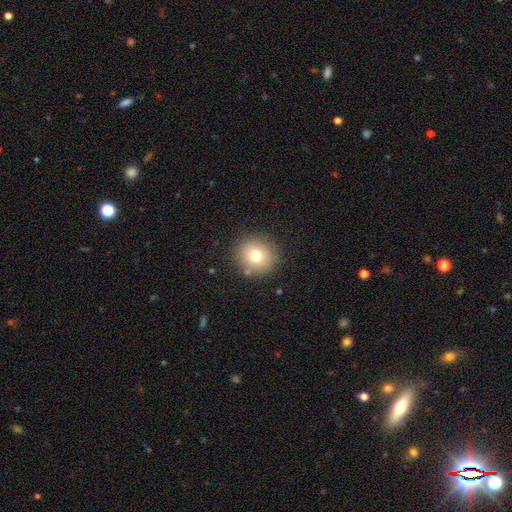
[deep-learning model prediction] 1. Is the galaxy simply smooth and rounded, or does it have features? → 74% smooth, 13% featured or disk, 13% star or artifact.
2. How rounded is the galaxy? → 90% round, 9% in between, 1% cigar-shaped.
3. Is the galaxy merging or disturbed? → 86% none, 8% minor disturbance, 3% major disturbance, 3% merger.